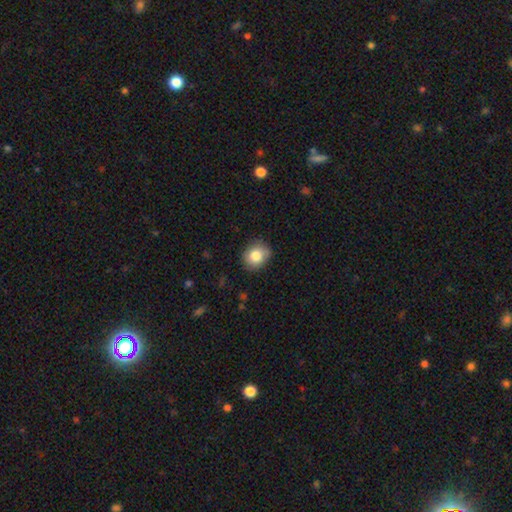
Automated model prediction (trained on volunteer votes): smooth 83%, star or artifact 9%, featured or disk 9%. Down the decision tree: how rounded — round (66%); merging — none (83%).